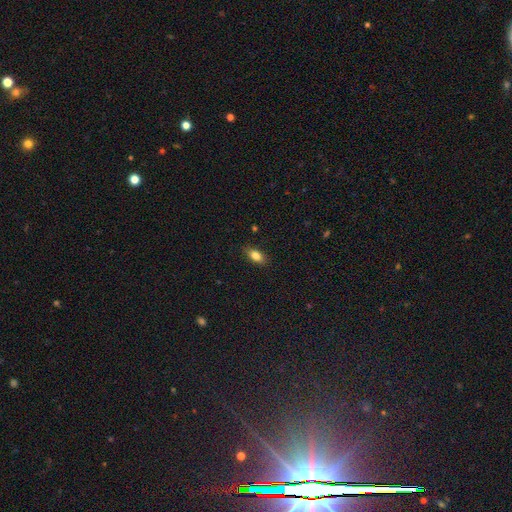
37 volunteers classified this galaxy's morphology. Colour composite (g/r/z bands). It shows a smooth galaxy with no disk features (76%) that is in between round and cigar-shaped (79%). Merging: none (72%).